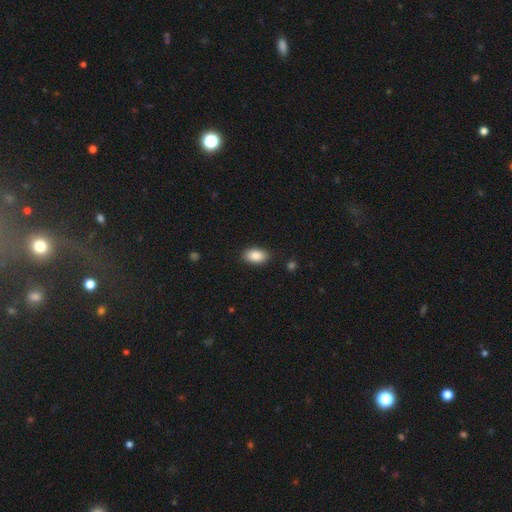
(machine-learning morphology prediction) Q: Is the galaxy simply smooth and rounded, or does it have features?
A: smooth — 88%.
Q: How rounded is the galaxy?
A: in between — 92%.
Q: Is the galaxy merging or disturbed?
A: none — 88%.